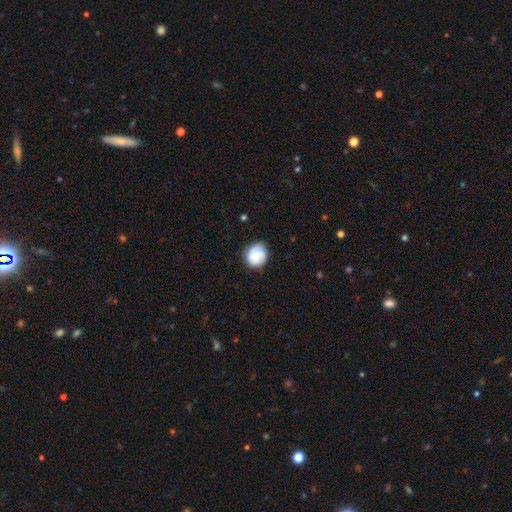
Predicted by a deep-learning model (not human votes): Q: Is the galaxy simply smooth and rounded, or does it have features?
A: smooth — 68%.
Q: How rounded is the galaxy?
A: round — 80%.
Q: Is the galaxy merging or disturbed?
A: none — 78%.